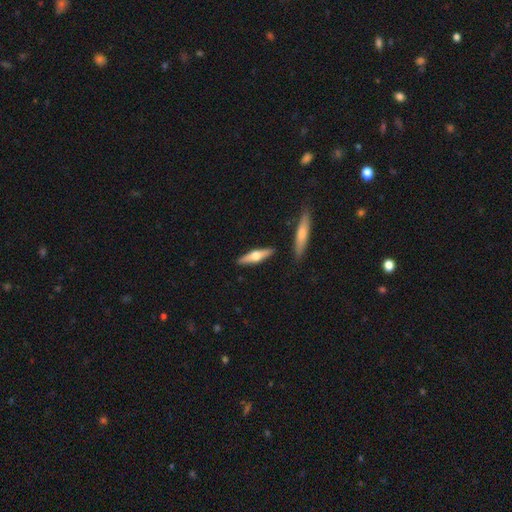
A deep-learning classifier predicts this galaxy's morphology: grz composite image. It shows a featured or disk galaxy (57%) viewed edge-on (94%) with a rounded central bulge (95%). Merging: none (87%).